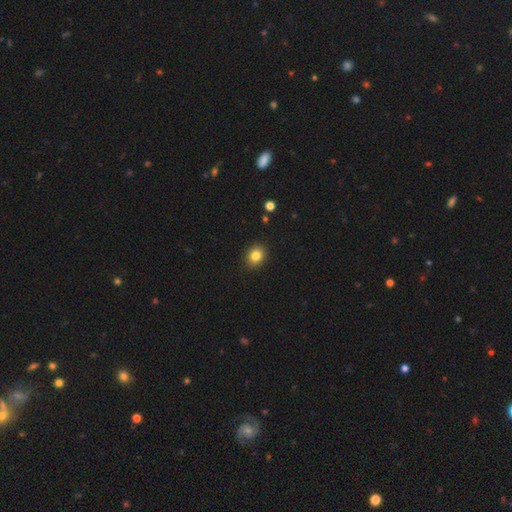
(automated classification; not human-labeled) Morphology: type=smooth (83%); roundness=round (63%); merging=none (91%).